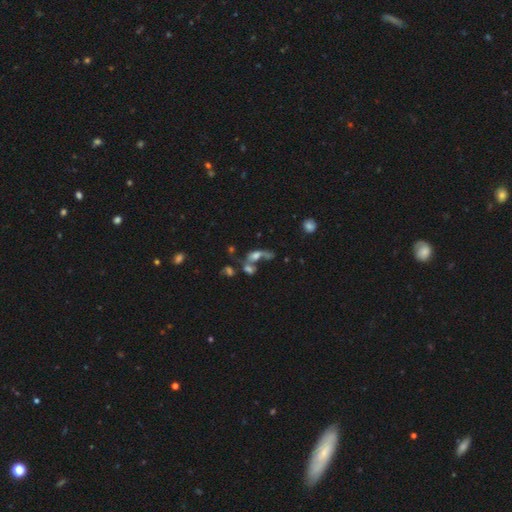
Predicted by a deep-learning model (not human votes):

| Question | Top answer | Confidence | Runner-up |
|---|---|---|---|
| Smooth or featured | smooth | 44% | featured or disk (37%) |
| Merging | merger | 50% | major disturbance (20%) |